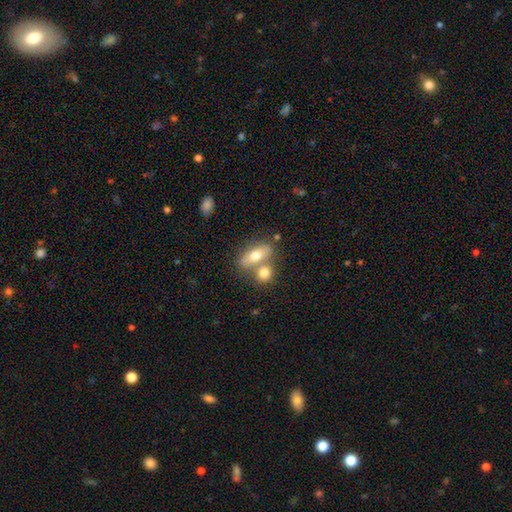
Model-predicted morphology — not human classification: Overall: smooth (45%; featured or disk 42%). Merging: none (46%; merger 41%).